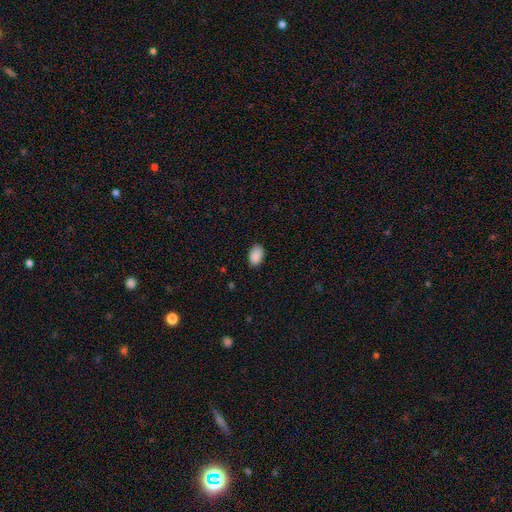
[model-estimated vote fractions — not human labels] Q: Smooth or featured?
A: smooth (90%); runner-up: star or artifact (7%)
Q: How rounded?
A: in between (91%); runner-up: round (8%)
Q: Merging?
A: none (86%); runner-up: minor disturbance (11%)